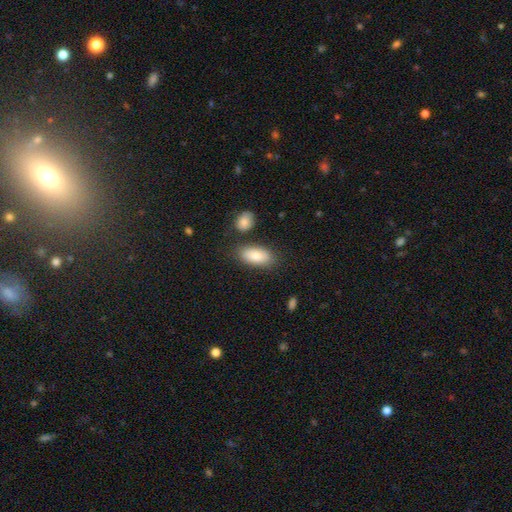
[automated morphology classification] smooth-or-featured: smooth: 83% | featured or disk: 11% | star or artifact: 6%
  how-rounded: in between: 91% | cigar-shaped: 5% | round: 4%
  merging: none: 77% | minor disturbance: 12% | merger: 8% | major disturbance: 3%